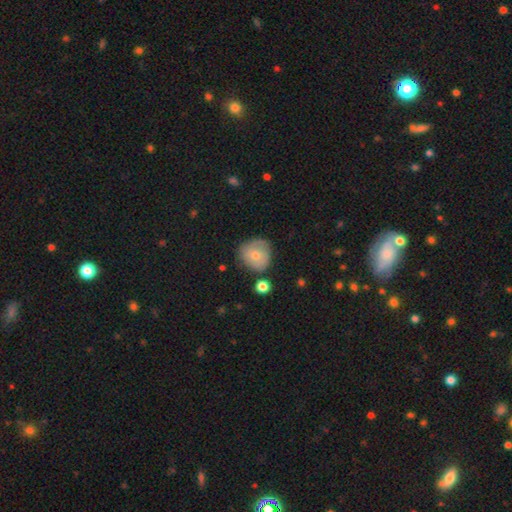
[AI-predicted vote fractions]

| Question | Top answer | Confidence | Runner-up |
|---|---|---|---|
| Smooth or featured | smooth | 68% | featured or disk (24%) |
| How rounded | round | 85% | in between (14%) |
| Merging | none | 65% | minor disturbance (24%) |